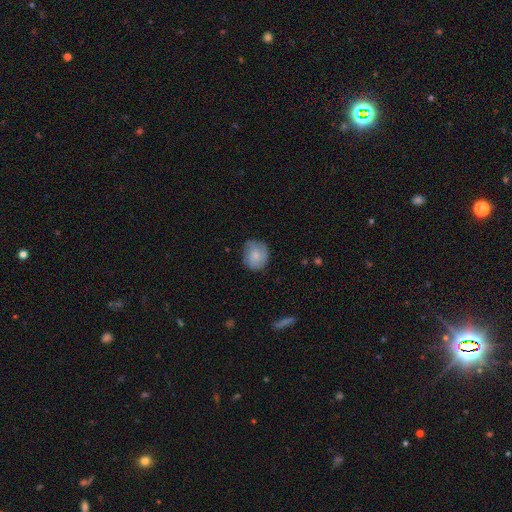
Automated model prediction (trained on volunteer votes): A smooth galaxy with no disk features (72%) that is round (77%). Merging: none (67%).